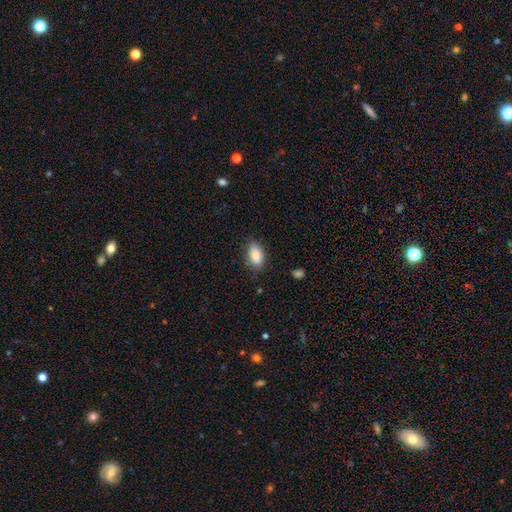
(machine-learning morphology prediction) Overall: smooth (86%). How rounded: in between (91%). Merging: none (77%).